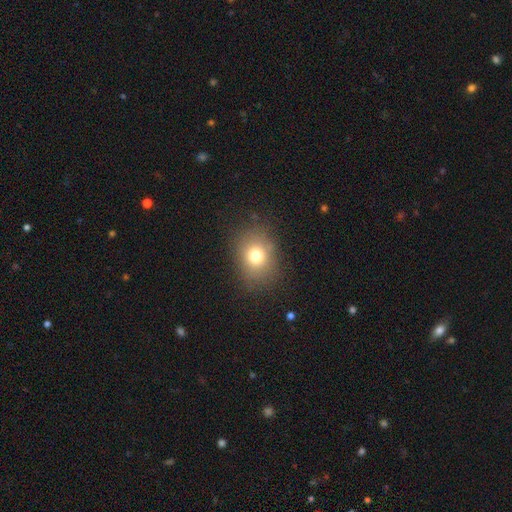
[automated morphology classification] Smooth or featured: smooth — 75% (star or artifact — 13%)
How rounded: round — 54% (in between — 45%)
Merging: none — 82% (minor disturbance — 12%)